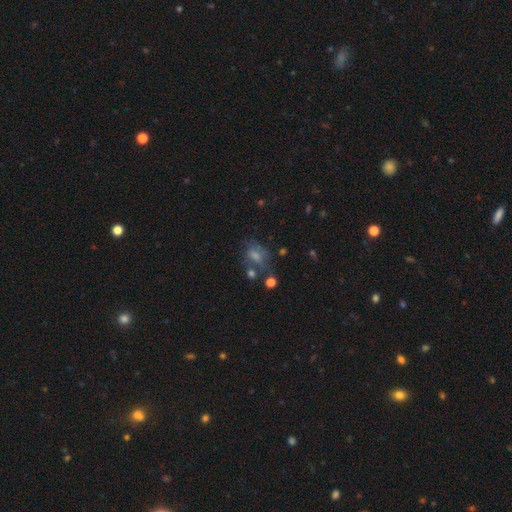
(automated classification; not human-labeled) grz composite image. It shows a smooth galaxy with no disk features (60%) that is in between round and cigar-shaped (74%). Merging: none (42%).